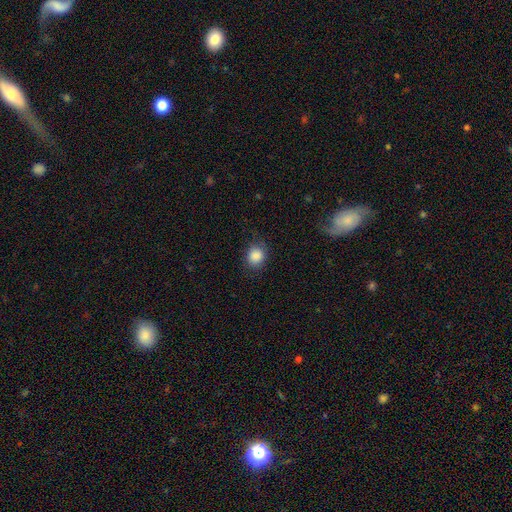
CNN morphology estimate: smooth_or_featured: smooth (p=0.88) [alt: star or artifact p=0.09]
how_rounded: round (p=0.67) [alt: in between p=0.32]
merging: none (p=0.81) [alt: minor disturbance p=0.14]